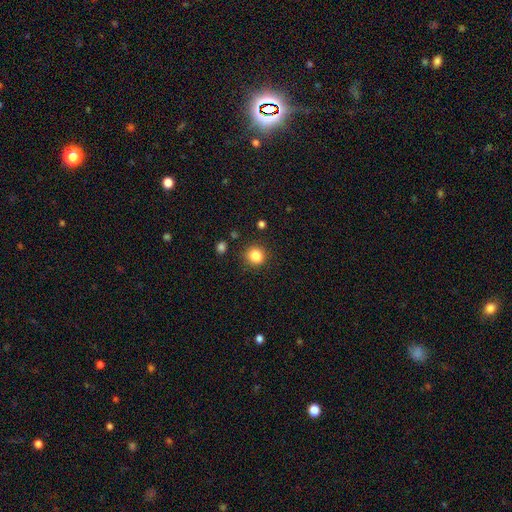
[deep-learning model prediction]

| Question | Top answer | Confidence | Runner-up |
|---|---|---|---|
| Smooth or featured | smooth | 85% | star or artifact (11%) |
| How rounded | round | 78% | in between (21%) |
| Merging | none | 85% | minor disturbance (10%) |